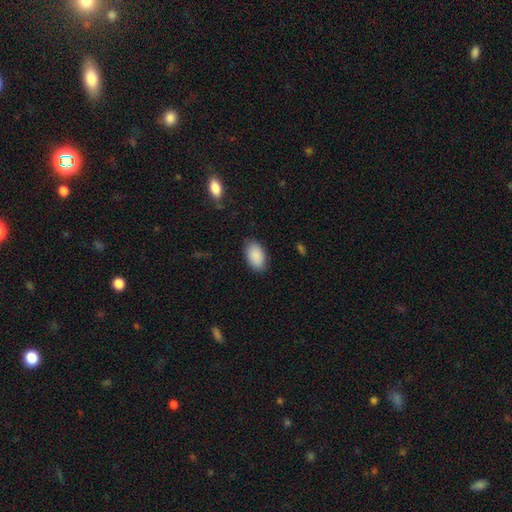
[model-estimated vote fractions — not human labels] smooth_or_featured: smooth (p=0.90) [alt: star or artifact p=0.06]
how_rounded: in between (p=0.94) [alt: round p=0.04]
merging: none (p=0.85) [alt: minor disturbance p=0.12]